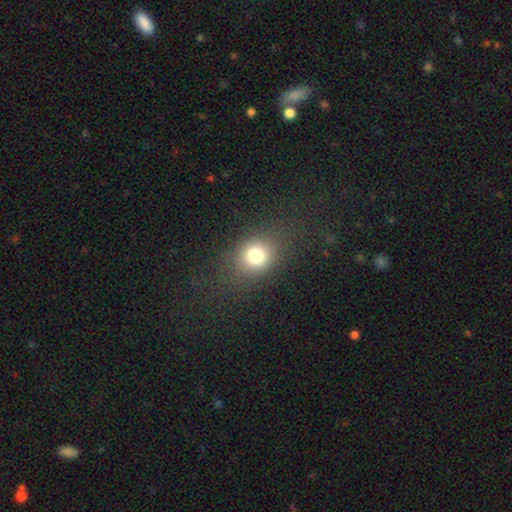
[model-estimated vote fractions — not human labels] smooth-or-featured: smooth: 78% | star or artifact: 13% | featured or disk: 9%
  how-rounded: round: 58% | in between: 41% | cigar-shaped: 1%
  merging: none: 79% | minor disturbance: 11% | major disturbance: 8% | merger: 1%